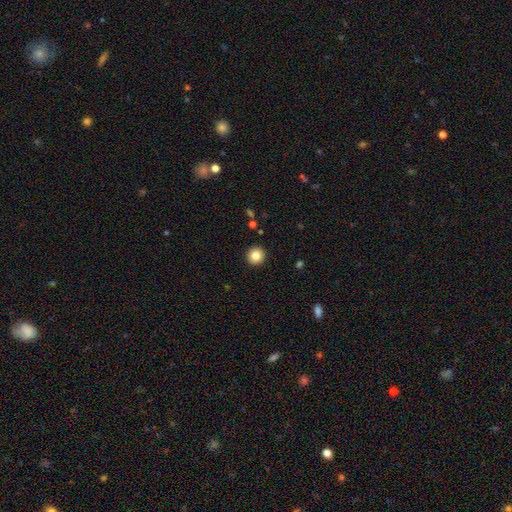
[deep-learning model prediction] This appears to be a smooth galaxy with no disk features (83%) that is round (95%). Merging: none (93%).